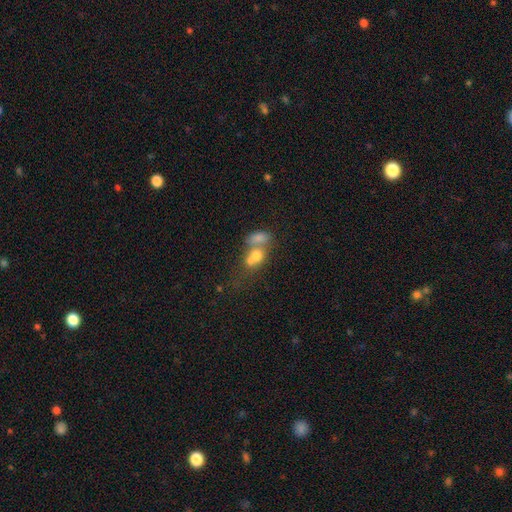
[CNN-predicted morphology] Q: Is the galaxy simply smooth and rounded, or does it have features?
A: smooth — 64%.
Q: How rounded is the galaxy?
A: in between — 53%.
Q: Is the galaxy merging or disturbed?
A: merger — 68%.